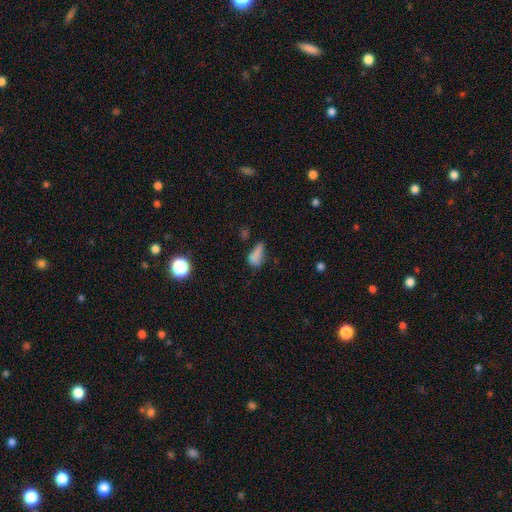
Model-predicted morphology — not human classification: smooth-or-featured: smooth: 74% | star or artifact: 14% | featured or disk: 13%
  how-rounded: in between: 78% | cigar-shaped: 14% | round: 8%
  merging: none: 34% | minor disturbance: 32% | major disturbance: 23% | merger: 11%